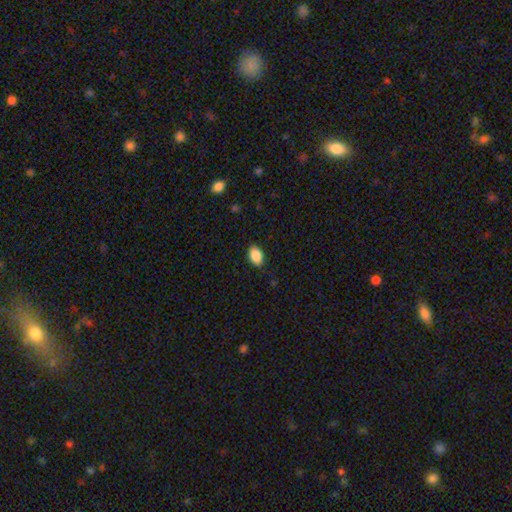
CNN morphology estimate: Overall: smooth (88%). How rounded: in between (88%). Merging: none (86%).